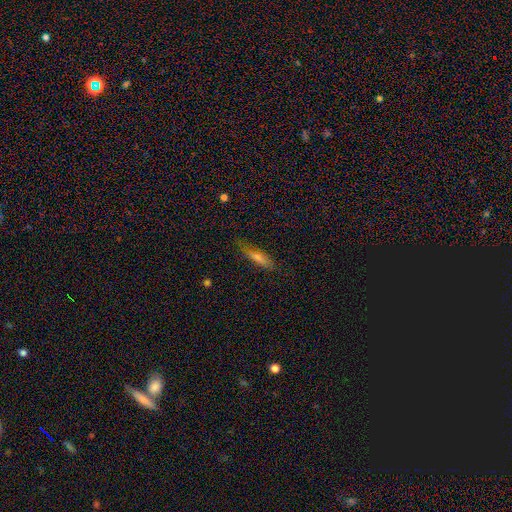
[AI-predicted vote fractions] Overall: smooth (54%; featured or disk 32%). How rounded: cigar-shaped (79%). Merging: none (77%).